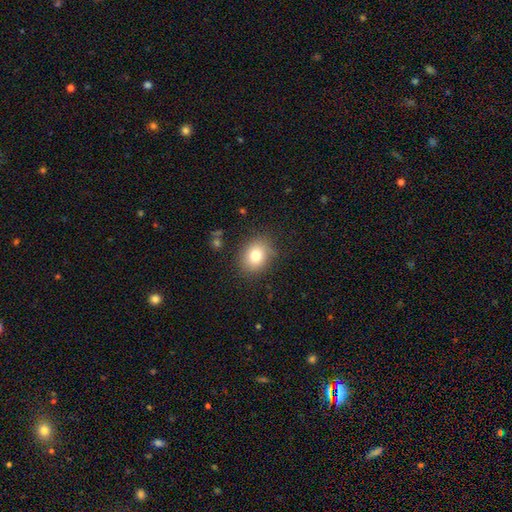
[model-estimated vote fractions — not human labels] Smooth or featured?
  - smooth: 78% *
  - featured or disk: 11%
  - star or artifact: 11%
How rounded?
  - round: 53% *
  - in between: 46%
  - cigar-shaped: 1%
Merging?
  - none: 84% *
  - minor disturbance: 12%
  - major disturbance: 4%
  - merger: 1%